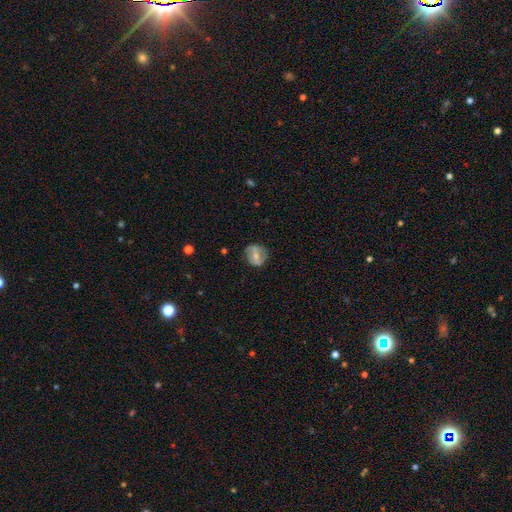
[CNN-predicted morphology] The model was most divided on "bar": strong: 40%, weak: 39%, no: 21%. More confident: edge-on disk — no (95%); merging — none (75%); spiral arms — yes (62%); smooth or featured — featured or disk (54%); bulge size — moderate (51%).